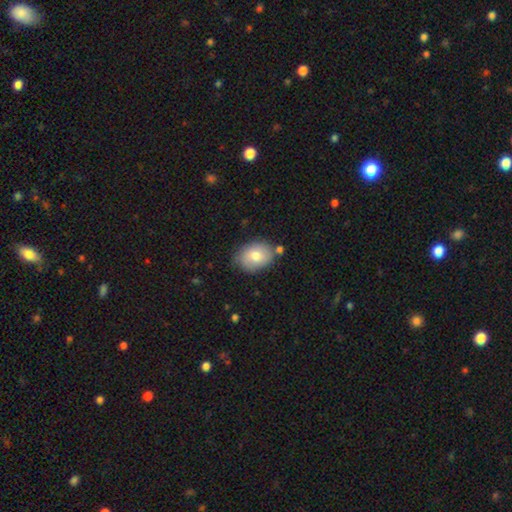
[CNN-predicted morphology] This is likely a smooth galaxy (75%). How rounded: likely in between (72%). Merging: likely none (72%).